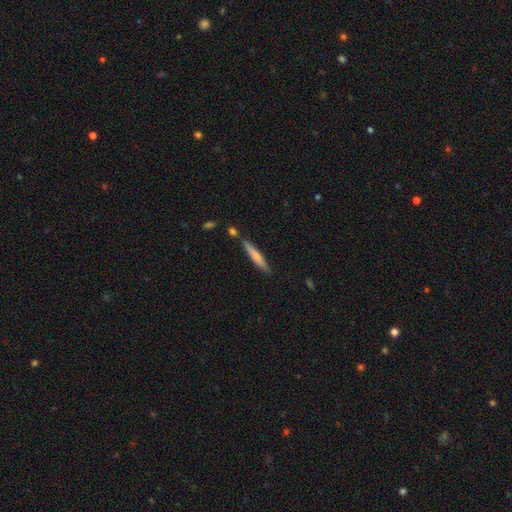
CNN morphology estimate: Smooth or featured? Predicted: smooth (p=0.65). How rounded? Predicted: cigar-shaped (p=0.93). Merging? Predicted: none (p=0.79).